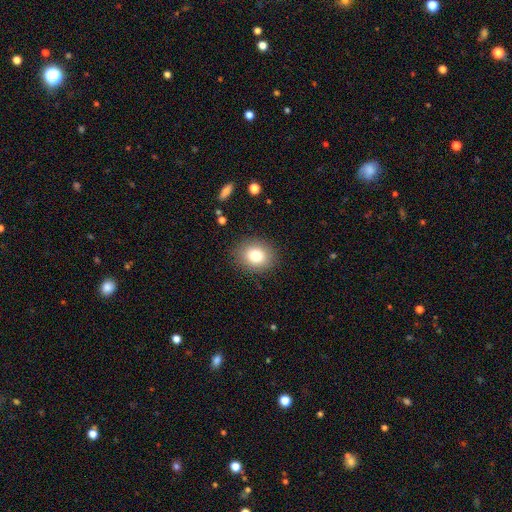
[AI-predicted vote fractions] Smooth or featured?
  - smooth: 81% *
  - star or artifact: 10%
  - featured or disk: 9%
How rounded?
  - round: 64% *
  - in between: 35%
  - cigar-shaped: 1%
Merging?
  - none: 88% *
  - minor disturbance: 8%
  - major disturbance: 3%
  - merger: 1%